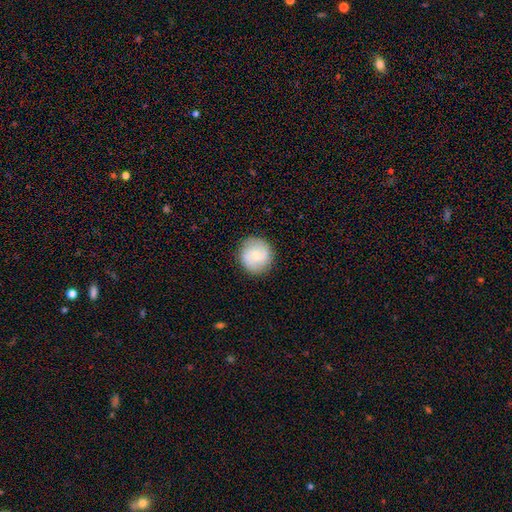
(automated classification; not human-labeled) Smooth or featured? smooth (58%)
How rounded? round (92%)
Merging? none (88%)